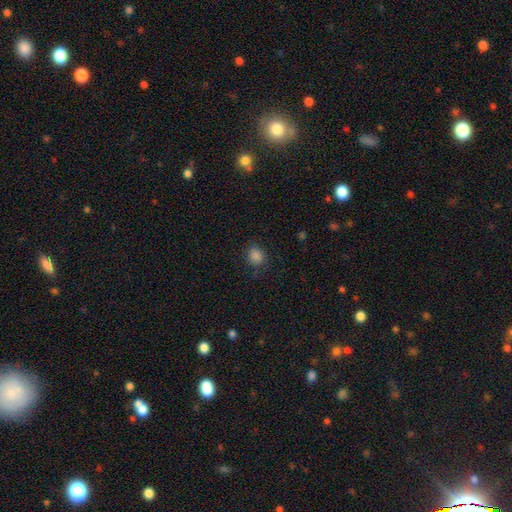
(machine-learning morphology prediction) This is clearly a smooth galaxy (84%). How rounded: likely round (68%). Merging: clearly none (80%).